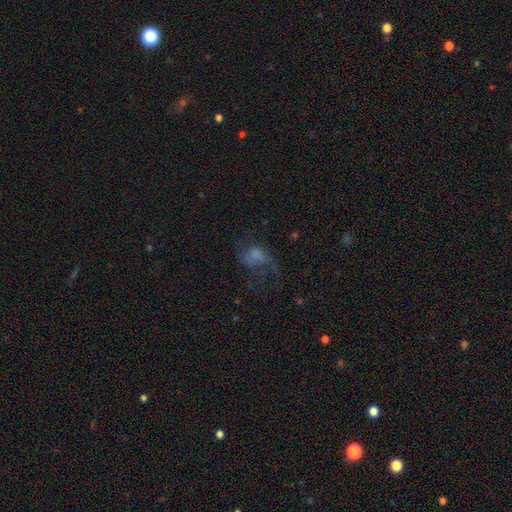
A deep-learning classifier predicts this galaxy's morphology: Smooth or featured?
  - smooth: 43% *
  - featured or disk: 38%
  - star or artifact: 19%
Merging?
  - major disturbance: 55% *
  - none: 26%
  - minor disturbance: 14%
  - merger: 5%